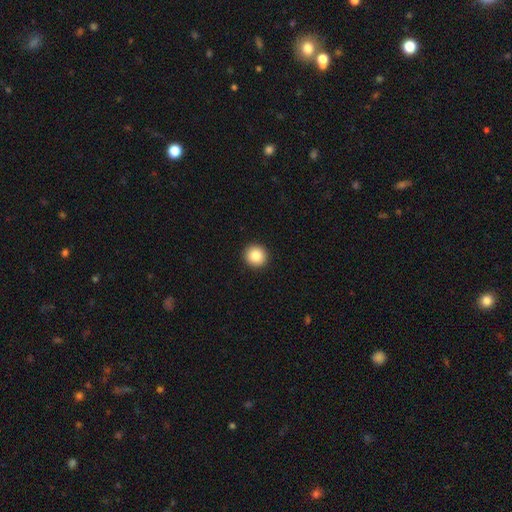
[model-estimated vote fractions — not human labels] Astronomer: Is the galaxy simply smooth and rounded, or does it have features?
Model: smooth — 86%.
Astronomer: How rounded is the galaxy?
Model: round — 94%.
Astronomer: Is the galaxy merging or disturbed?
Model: none — 94%.